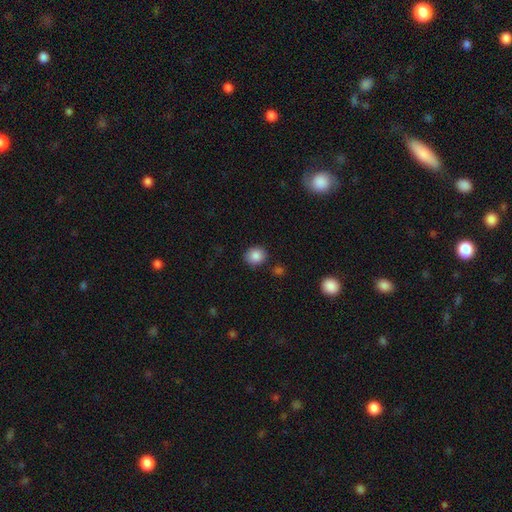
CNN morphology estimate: The model was most divided on "how rounded": round: 78%, in between: 21%, cigar-shaped: 1%. More confident: smooth or featured — smooth (87%); merging — none (86%).